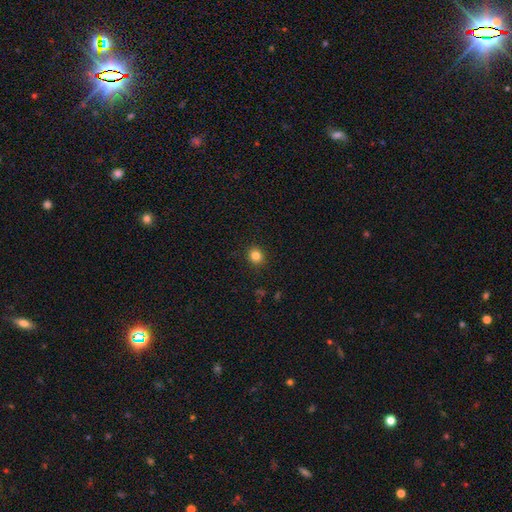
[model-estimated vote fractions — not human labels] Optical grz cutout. It shows a smooth galaxy with no disk features (83%) that is round (80%). Merging: none (90%).